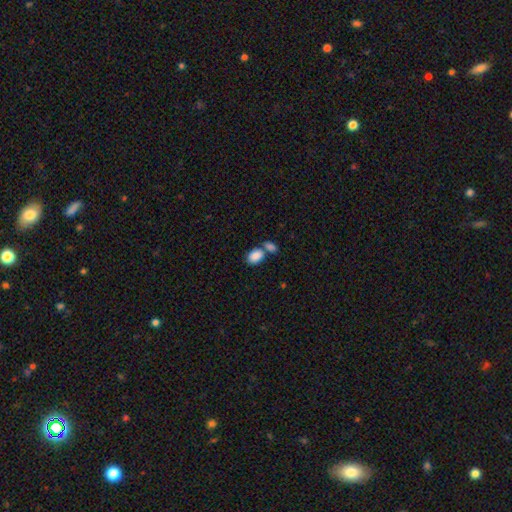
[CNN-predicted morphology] A smooth galaxy with no disk features (87%) that is in between round and cigar-shaped (87%).

Vote fractions:
- Smooth or featured? smooth: 87% / star or artifact: 7% / featured or disk: 5%
- How rounded? in between: 87% / round: 12% / cigar-shaped: 1%
- Merging? merger: 46% / none: 41% / minor disturbance: 10% / major disturbance: 4%